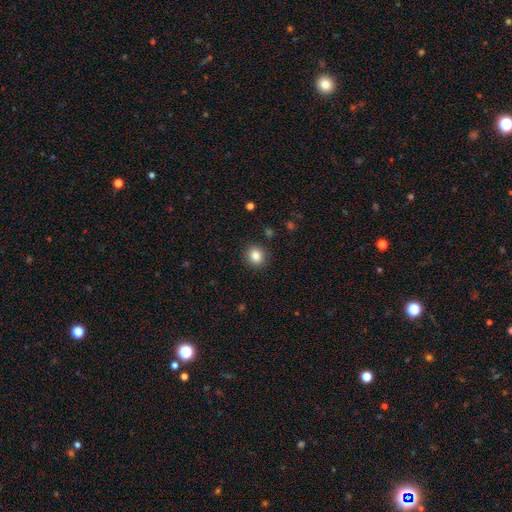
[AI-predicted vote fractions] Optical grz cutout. It shows a smooth galaxy with no disk features (85%) that is round (81%). Merging: none (89%).